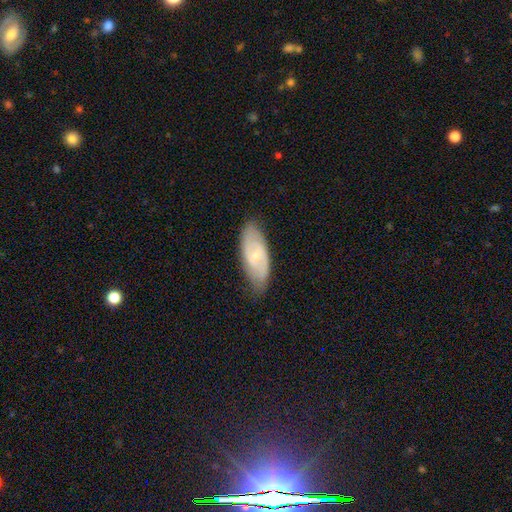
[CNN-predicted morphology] Overall: featured or disk (67%; smooth 27%). Edge-on disk: no (90%). Bar: weak (49%; no 37%). Spiral arms: yes (82%). Bulge size: small (73%). Merging: none (76%).